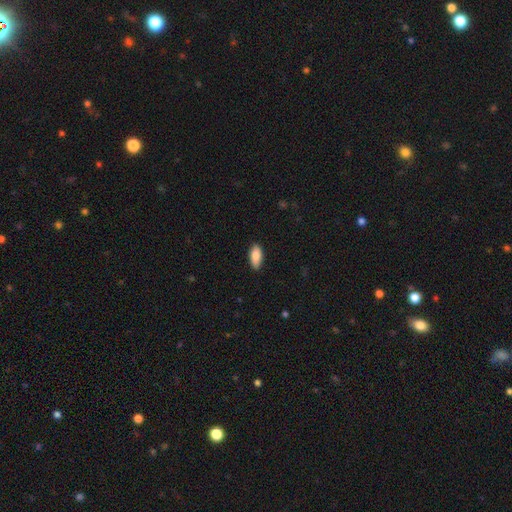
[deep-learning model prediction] smooth-or-featured: smooth: 88% | featured or disk: 6% | star or artifact: 6%
  how-rounded: in between: 89% | cigar-shaped: 9% | round: 2%
  merging: none: 85% | minor disturbance: 12% | major disturbance: 2% | merger: 1%